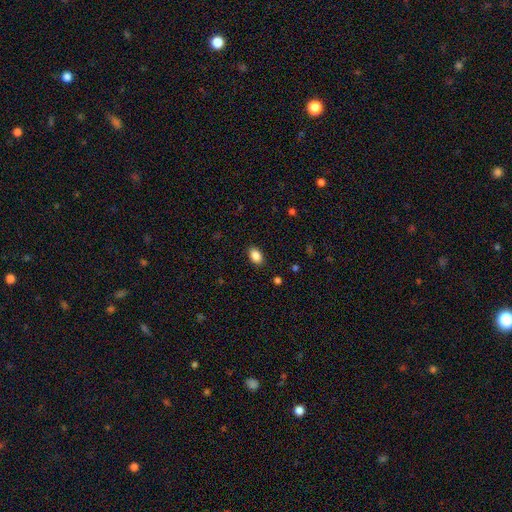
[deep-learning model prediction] A smooth galaxy with no disk features (87%) that is in between round and cigar-shaped (87%).

Vote fractions:
- Smooth or featured? smooth: 87% / star or artifact: 8% / featured or disk: 4%
- How rounded? in between: 87% / round: 12% / cigar-shaped: 1%
- Merging? none: 88% / minor disturbance: 9% / major disturbance: 2% / merger: 1%